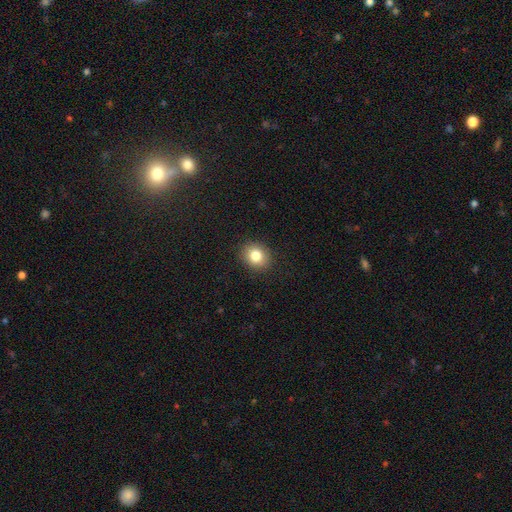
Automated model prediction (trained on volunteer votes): Smooth or featured? Predicted: smooth (p=0.82). How rounded? Predicted: round (p=0.72). Merging? Predicted: none (p=0.90).